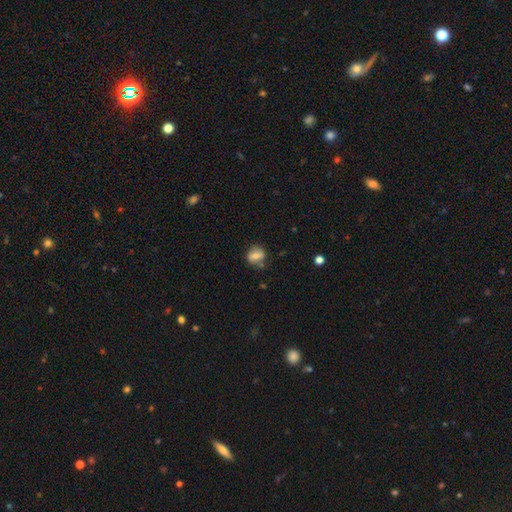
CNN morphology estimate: smooth-or-featured: smooth: 58% | featured or disk: 33% | star or artifact: 9%
  how-rounded: round: 61% | in between: 37% | cigar-shaped: 2%
  merging: none: 66% | minor disturbance: 22% | major disturbance: 7% | merger: 6%